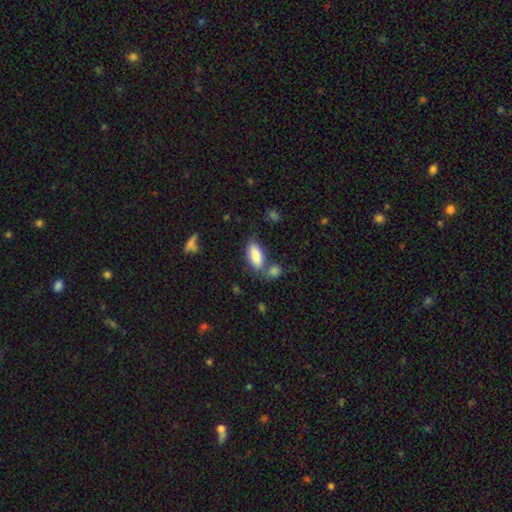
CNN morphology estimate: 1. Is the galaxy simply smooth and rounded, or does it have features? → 83% smooth, 10% featured or disk, 7% star or artifact.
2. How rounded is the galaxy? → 88% in between, 10% cigar-shaped, 2% round.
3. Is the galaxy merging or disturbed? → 59% none, 21% merger, 15% minor disturbance, 5% major disturbance.